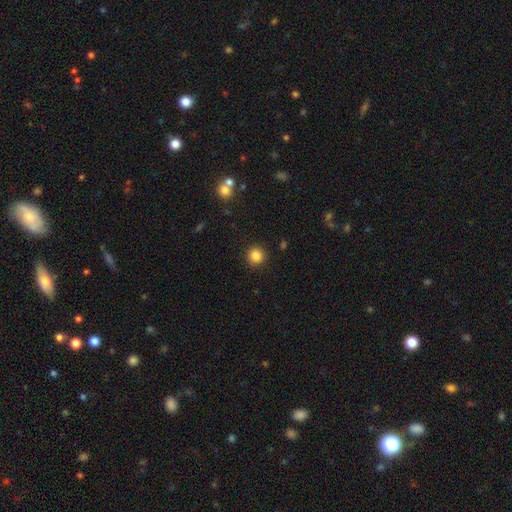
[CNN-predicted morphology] A smooth galaxy with no disk features (86%) that is round (93%). Merging: none (91%).